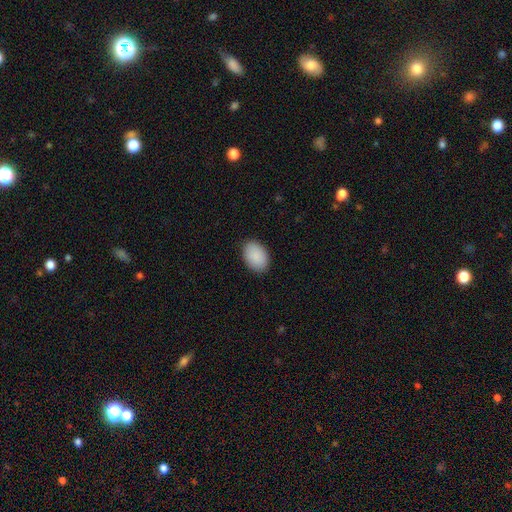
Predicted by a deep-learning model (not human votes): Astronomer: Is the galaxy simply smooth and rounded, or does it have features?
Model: smooth — 91%.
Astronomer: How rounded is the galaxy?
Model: in between — 86%.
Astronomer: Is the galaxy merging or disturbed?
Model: none — 88%.